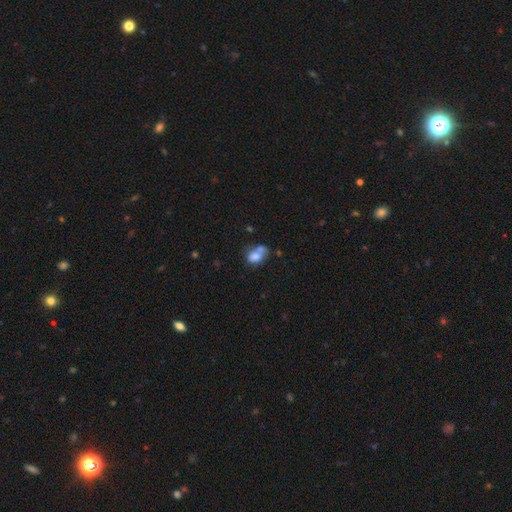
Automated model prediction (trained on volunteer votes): A smooth galaxy with no disk features (71%) that is in between round and cigar-shaped (70%).

Vote fractions:
- Smooth or featured? smooth: 71% / featured or disk: 19% / star or artifact: 10%
- How rounded? in between: 70% / round: 28% / cigar-shaped: 1%
- Merging? merger: 49% / none: 27% / minor disturbance: 15% / major disturbance: 9%